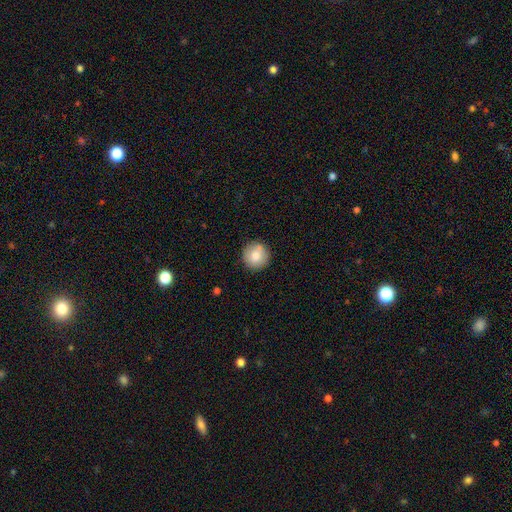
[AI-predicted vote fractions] This appears to be a smooth galaxy with no disk features (78%) that is round (95%). Merging: none (85%).